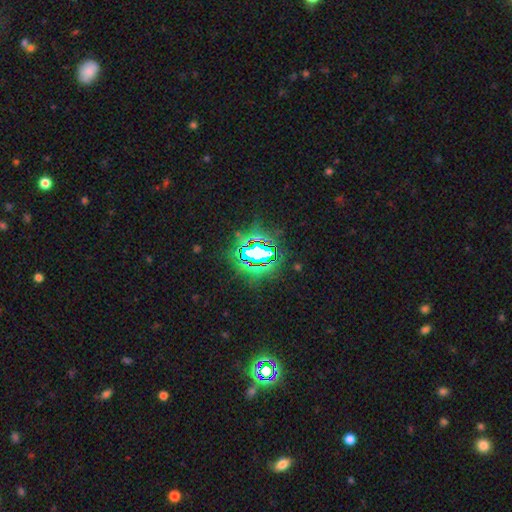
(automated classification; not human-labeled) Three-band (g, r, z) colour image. It shows a star or artifact, not a galaxy (78%).